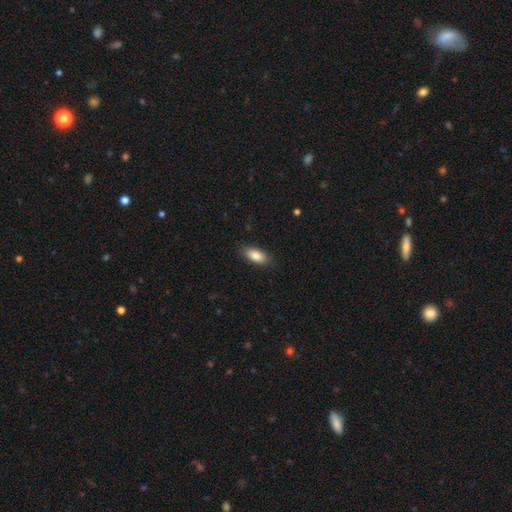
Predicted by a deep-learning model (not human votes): Morphology: type=smooth (83%); roundness=in between (87%); merging=none (86%).